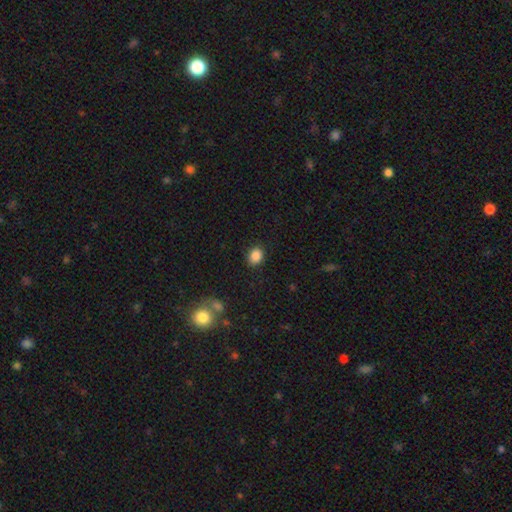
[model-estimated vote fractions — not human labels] Smooth or featured? smooth (87%)
How rounded? in between (53%)
Merging? none (87%)